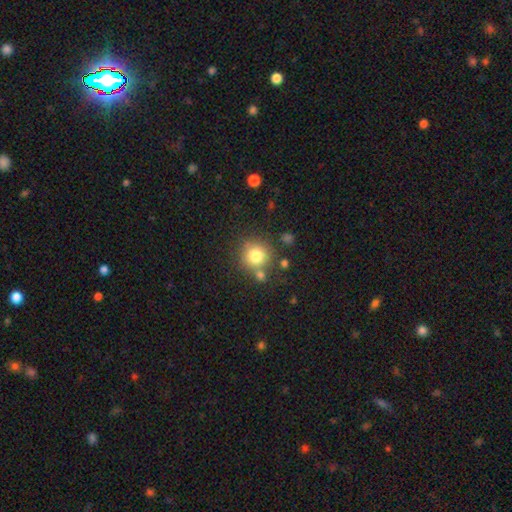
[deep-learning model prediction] A smooth galaxy with no disk features (78%) that is round (92%). Merging: none (74%).